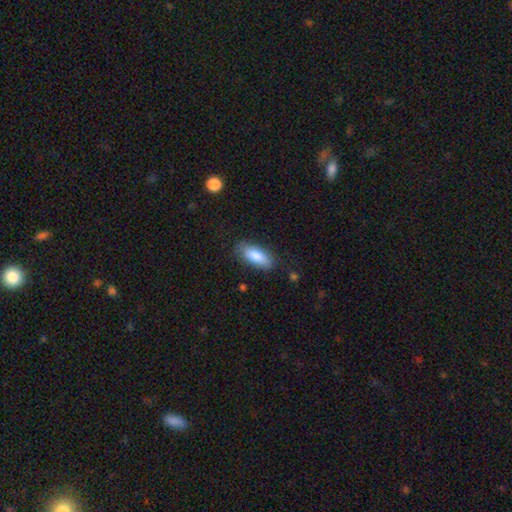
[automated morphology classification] smooth-or-featured: smooth: 84% | featured or disk: 10% | star or artifact: 6%
  how-rounded: in between: 81% | cigar-shaped: 17% | round: 2%
  merging: none: 80% | minor disturbance: 15% | major disturbance: 4% | merger: 1%